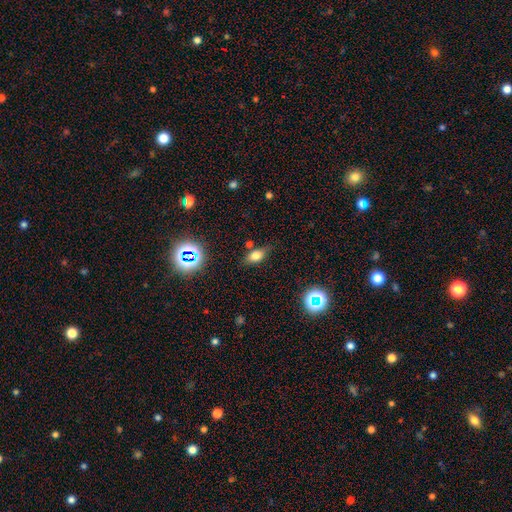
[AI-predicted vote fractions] smooth_or_featured: smooth (p=0.69) [alt: star or artifact p=0.16]
how_rounded: in between (p=0.78) [alt: round p=0.12]
merging: none (p=0.73) [alt: minor disturbance p=0.18]